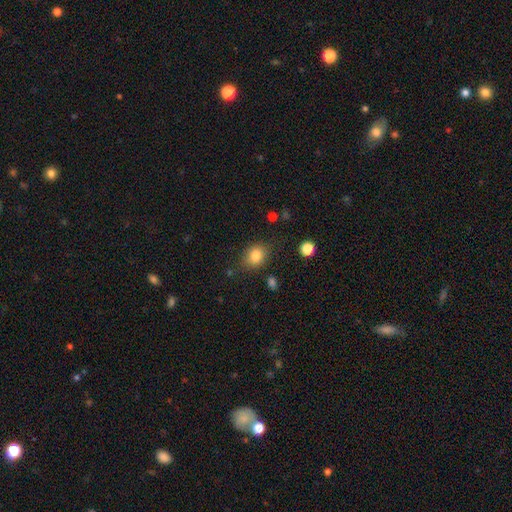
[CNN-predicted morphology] Q: Smooth or featured?
A: smooth (83%); runner-up: star or artifact (10%)
Q: How rounded?
A: in between (50%); runner-up: round (48%)
Q: Merging?
A: none (76%); runner-up: minor disturbance (16%)